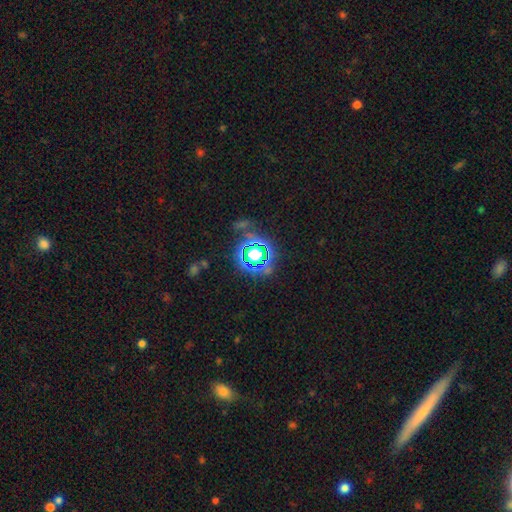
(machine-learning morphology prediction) Smooth or featured? star or artifact (71%)